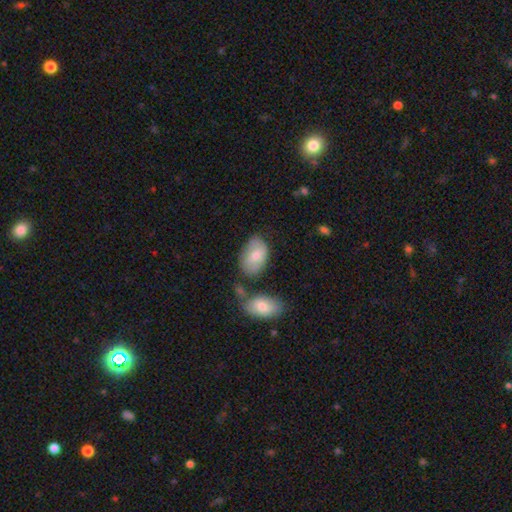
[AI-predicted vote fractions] Overall: smooth (73%). How rounded: in between (90%). Merging: none (57%; minor disturbance 23%).